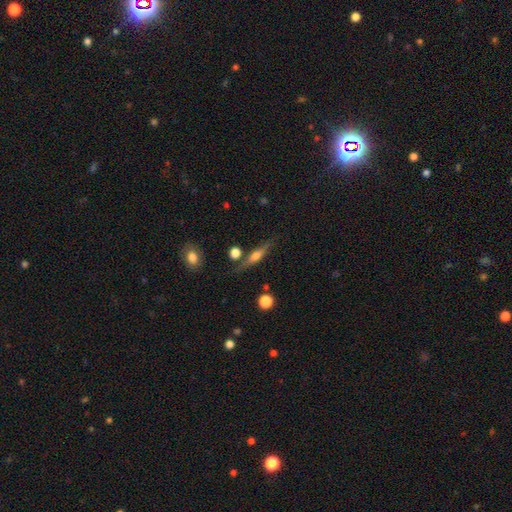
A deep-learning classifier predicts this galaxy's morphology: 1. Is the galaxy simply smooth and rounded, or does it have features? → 55% featured or disk, 36% smooth, 8% star or artifact.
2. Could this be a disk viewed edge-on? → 93% yes, 7% no.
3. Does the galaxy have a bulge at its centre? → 82% rounded, 12% boxy, 7% none.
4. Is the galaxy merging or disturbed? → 76% none, 13% minor disturbance, 6% merger, 4% major disturbance.